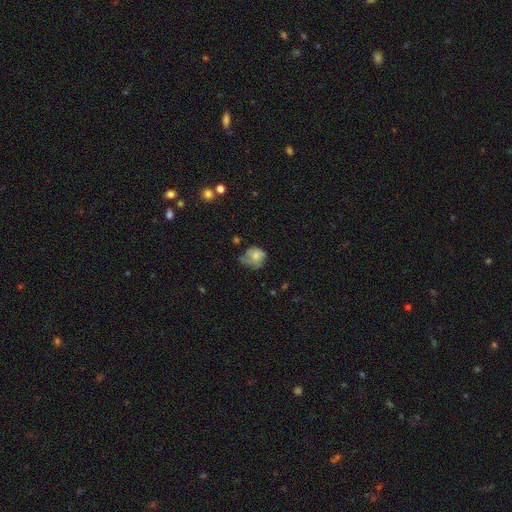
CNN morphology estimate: smooth_or_featured: smooth (p=0.62) [alt: featured or disk p=0.28]
how_rounded: round (p=0.57) [alt: in between p=0.42]
merging: minor disturbance (p=0.34) [tied with: none p=0.34]